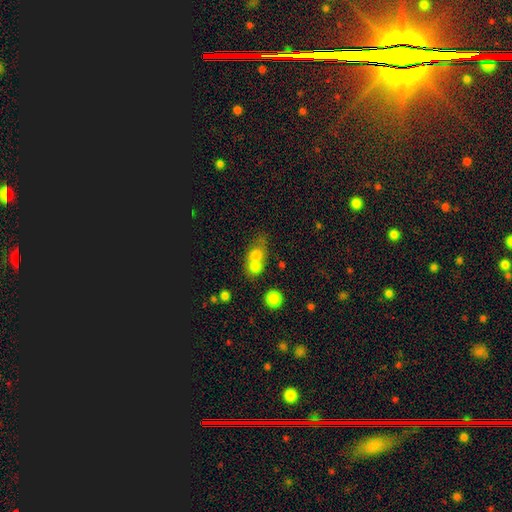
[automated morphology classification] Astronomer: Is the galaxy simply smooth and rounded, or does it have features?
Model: smooth — 73%.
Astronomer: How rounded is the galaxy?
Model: round — 66%.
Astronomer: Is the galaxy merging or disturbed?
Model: merger — 61%.